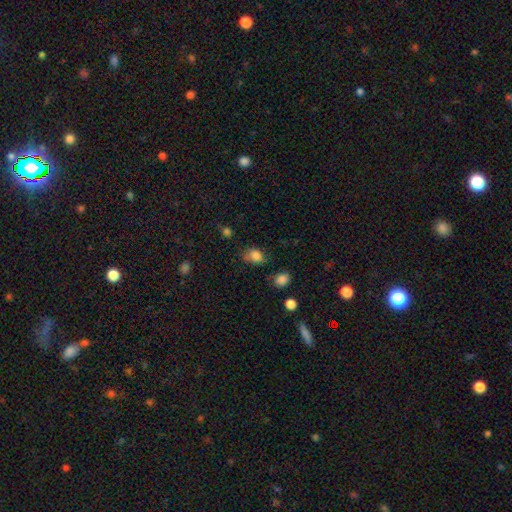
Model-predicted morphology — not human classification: The model was most divided on "how rounded": in between: 61%, round: 38%, cigar-shaped: 1%. More confident: smooth or featured — smooth (81%); merging — none (56%).